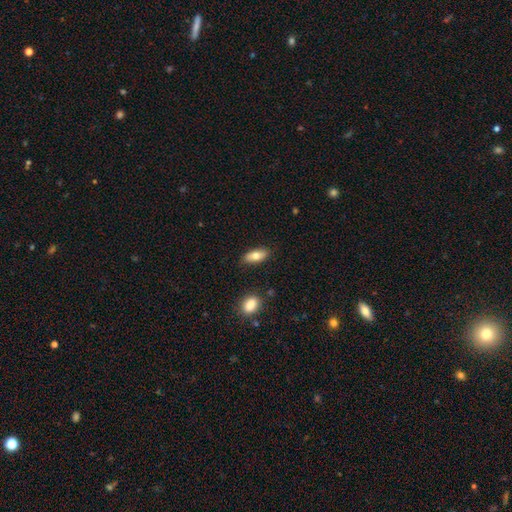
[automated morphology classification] smooth_or_featured: smooth (p=0.76) [alt: featured or disk p=0.17]
how_rounded: in between (p=0.83) [alt: cigar-shaped p=0.14]
merging: none (p=0.85) [alt: minor disturbance p=0.11]